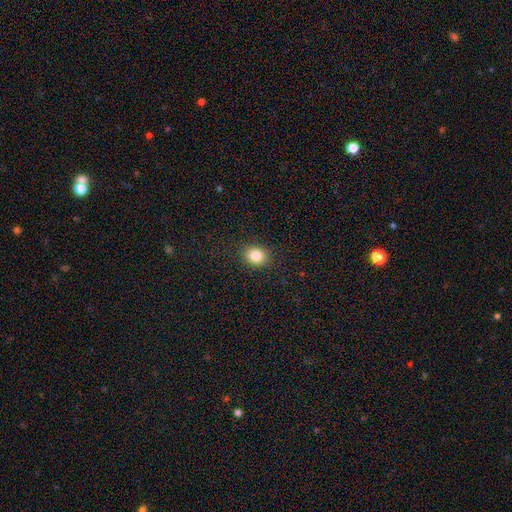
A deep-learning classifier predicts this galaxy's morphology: smooth-or-featured: smooth: 84% | star or artifact: 11% | featured or disk: 6%
  how-rounded: round: 65% | in between: 34% | cigar-shaped: 1%
  merging: none: 89% | minor disturbance: 7% | major disturbance: 2% | merger: 1%